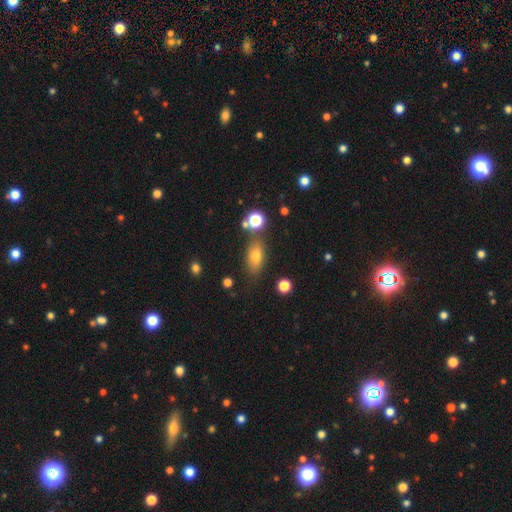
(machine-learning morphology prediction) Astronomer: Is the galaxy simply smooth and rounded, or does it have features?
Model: smooth — 73%.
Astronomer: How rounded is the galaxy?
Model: in between — 81%.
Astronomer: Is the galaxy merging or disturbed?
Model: none — 72%.